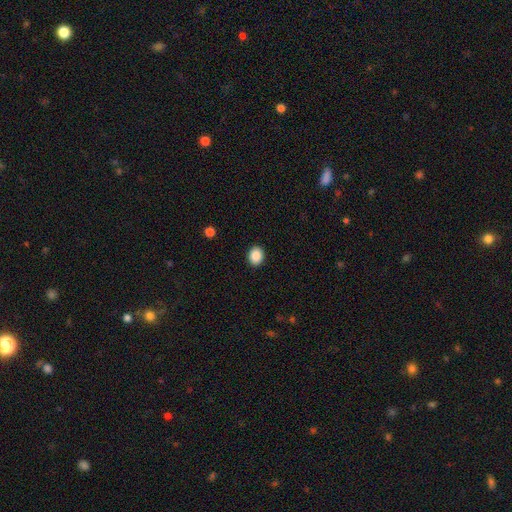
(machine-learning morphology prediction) A smooth galaxy with no disk features (88%) that is round (58%). Merging: none (91%).